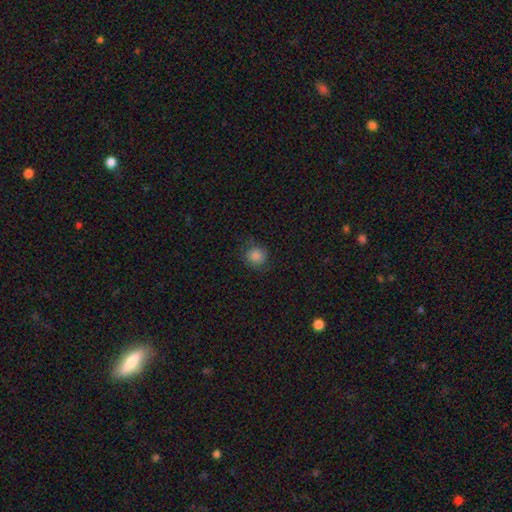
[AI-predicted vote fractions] This appears to be a smooth galaxy with no disk features (81%) that is round (87%). Merging: none (76%).